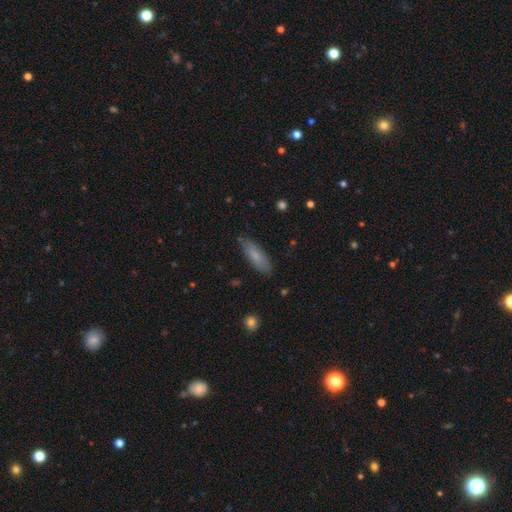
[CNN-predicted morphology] smooth-or-featured: smooth: 77% | featured or disk: 16% | star or artifact: 6%
  how-rounded: in between: 54% | cigar-shaped: 44% | round: 2%
  merging: none: 82% | minor disturbance: 14% | major disturbance: 2% | merger: 1%